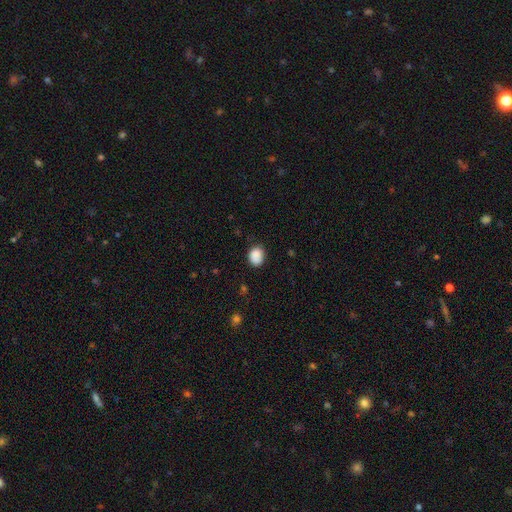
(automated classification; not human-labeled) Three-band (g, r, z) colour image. It shows a smooth galaxy with no disk features (87%) that is round (51%). Merging: none (75%).